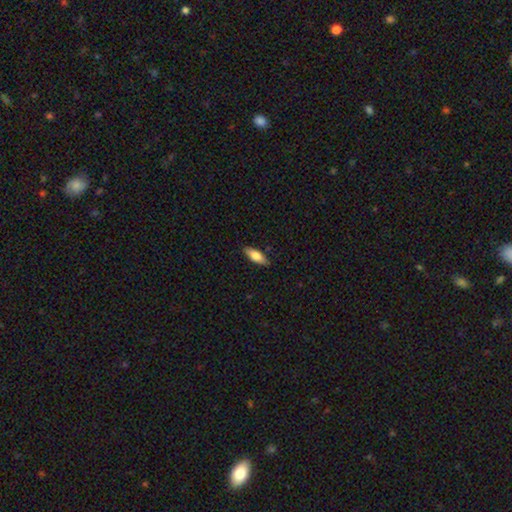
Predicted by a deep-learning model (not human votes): Smooth or featured? smooth (75%)
How rounded? in between (67%)
Merging? none (86%)